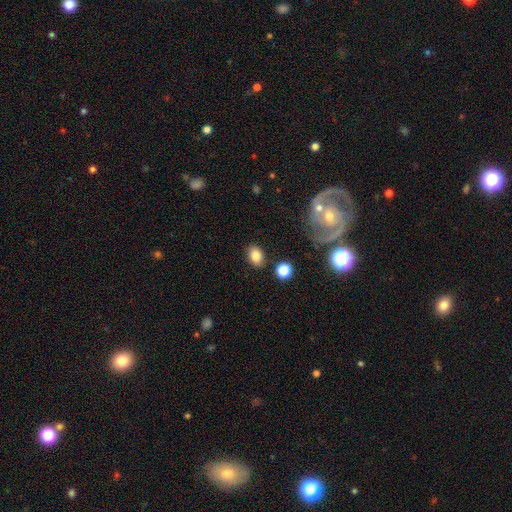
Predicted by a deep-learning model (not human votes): Smooth or featured? smooth (81%)
How rounded? in between (76%)
Merging? none (83%)